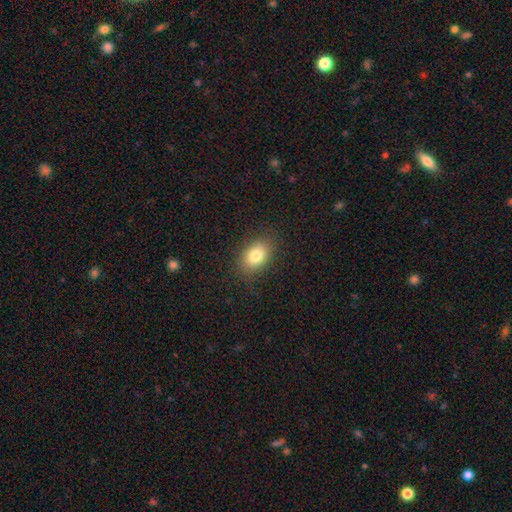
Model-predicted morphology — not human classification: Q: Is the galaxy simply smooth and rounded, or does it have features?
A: smooth — 80%.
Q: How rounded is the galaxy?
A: in between — 79%.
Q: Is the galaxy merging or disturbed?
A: none — 85%.